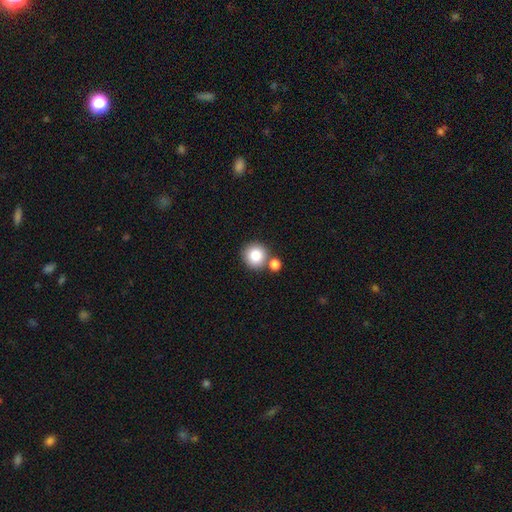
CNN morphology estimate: smooth_or_featured: smooth (p=0.85) [alt: star or artifact p=0.09]
how_rounded: round (p=0.91) [alt: in between p=0.08]
merging: none (p=0.66) [alt: merger p=0.21]